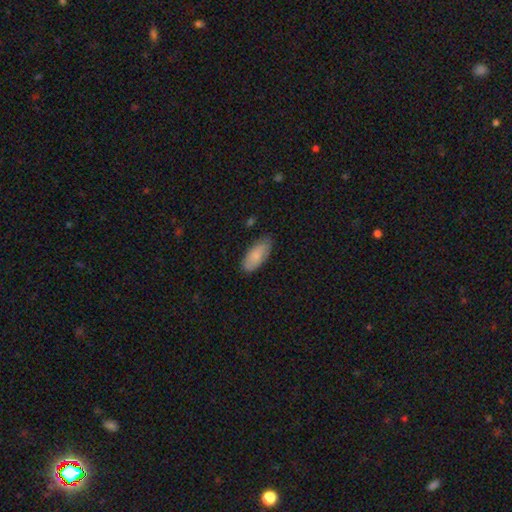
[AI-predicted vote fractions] A smooth galaxy with no disk features (82%) that is in between round and cigar-shaped (87%).

Vote fractions:
- Smooth or featured? smooth: 82% / featured or disk: 12% / star or artifact: 6%
- How rounded? in between: 87% / cigar-shaped: 11% / round: 2%
- Merging? none: 77% / minor disturbance: 19% / major disturbance: 3% / merger: 1%